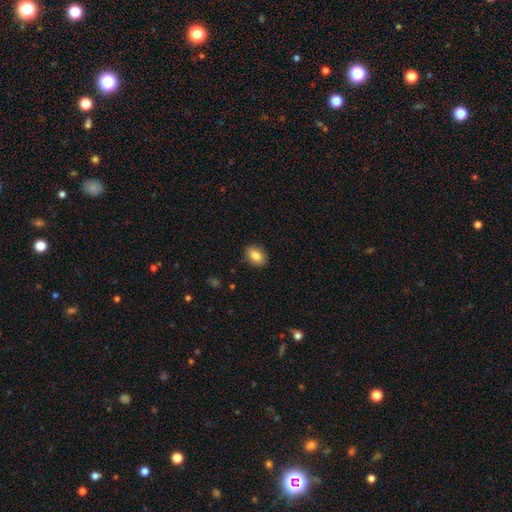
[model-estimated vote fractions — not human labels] Smooth or featured? smooth (83%)
How rounded? in between (75%)
Merging? none (86%)